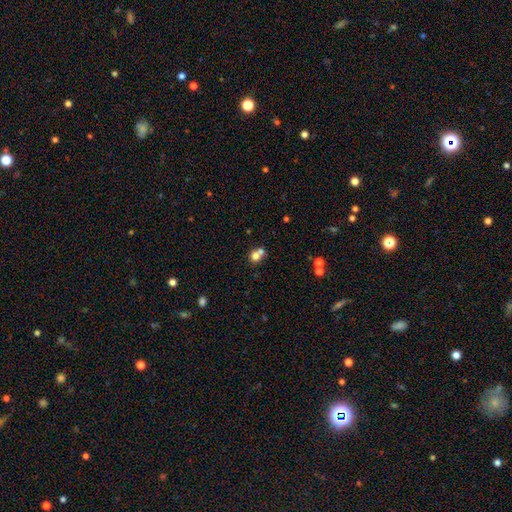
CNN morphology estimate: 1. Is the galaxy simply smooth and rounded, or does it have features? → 73% smooth, 14% star or artifact, 13% featured or disk.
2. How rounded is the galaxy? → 80% round, 19% in between, 1% cigar-shaped.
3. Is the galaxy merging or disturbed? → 46% merger, 44% none, 7% minor disturbance, 4% major disturbance.